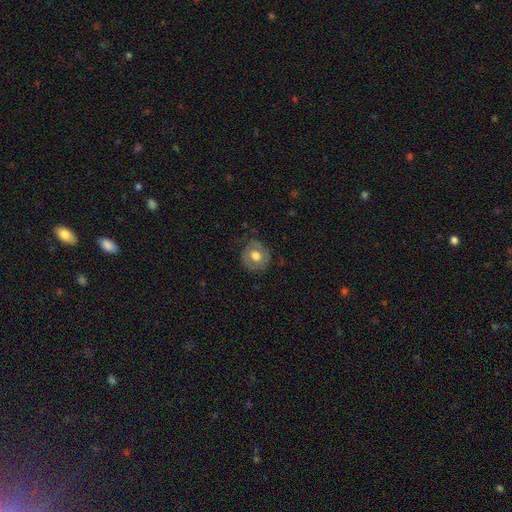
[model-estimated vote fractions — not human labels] A smooth galaxy with no disk features (56%) that is round (83%).

Vote fractions:
- Smooth or featured? smooth: 56% / featured or disk: 36% / star or artifact: 7%
- How rounded? round: 83% / in between: 16% / cigar-shaped: 1%
- Merging? none: 74% / minor disturbance: 19% / major disturbance: 6% / merger: 1%